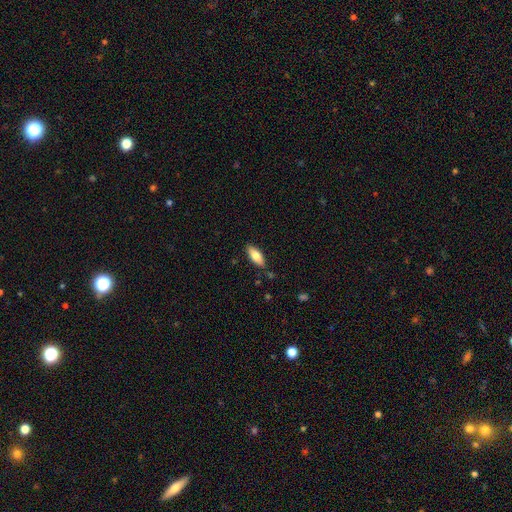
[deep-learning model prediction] This is likely a smooth galaxy (77%). How rounded: likely in between (75%). Merging: clearly none (84%).